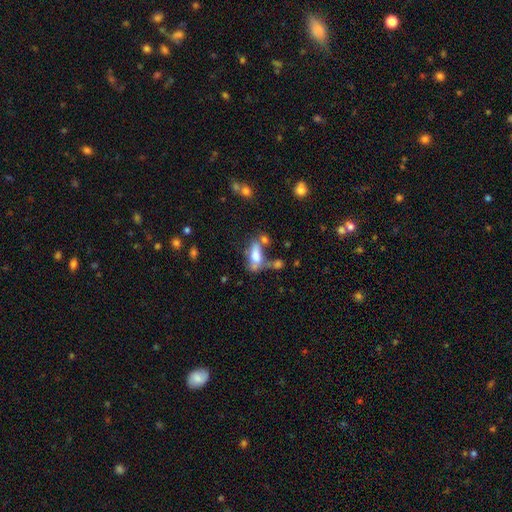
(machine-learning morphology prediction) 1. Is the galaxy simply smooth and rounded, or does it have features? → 63% smooth, 27% featured or disk, 10% star or artifact.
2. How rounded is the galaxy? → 73% in between, 24% cigar-shaped, 3% round.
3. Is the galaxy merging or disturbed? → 36% none, 27% merger, 20% minor disturbance, 17% major disturbance.